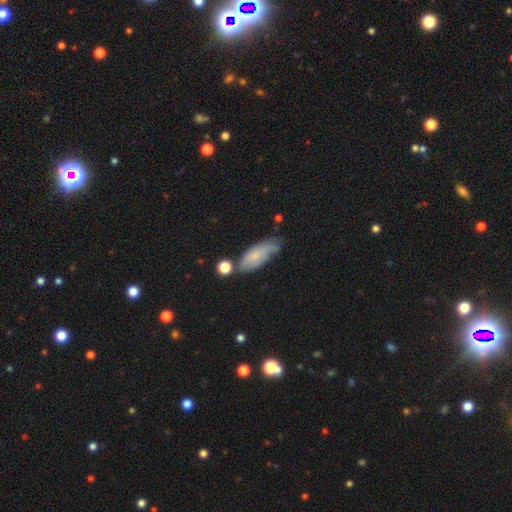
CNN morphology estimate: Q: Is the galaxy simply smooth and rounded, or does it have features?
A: smooth — 60%.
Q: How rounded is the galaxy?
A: in between — 72%.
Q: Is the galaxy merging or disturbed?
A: none — 48%.